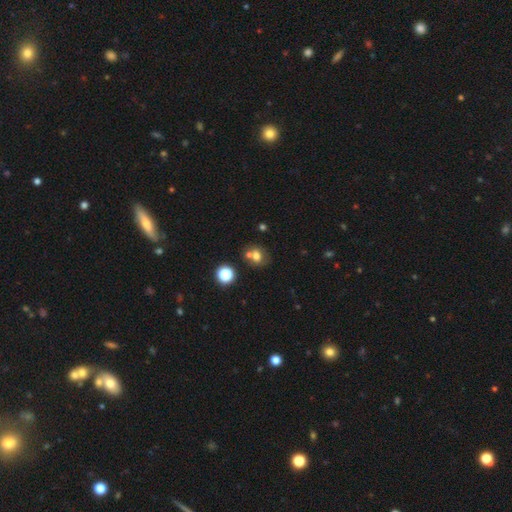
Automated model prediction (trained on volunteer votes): Q: Smooth or featured?
A: smooth (69%); runner-up: star or artifact (17%)
Q: How rounded?
A: round (66%); runner-up: in between (34%)
Q: Merging?
A: none (52%); runner-up: merger (33%)